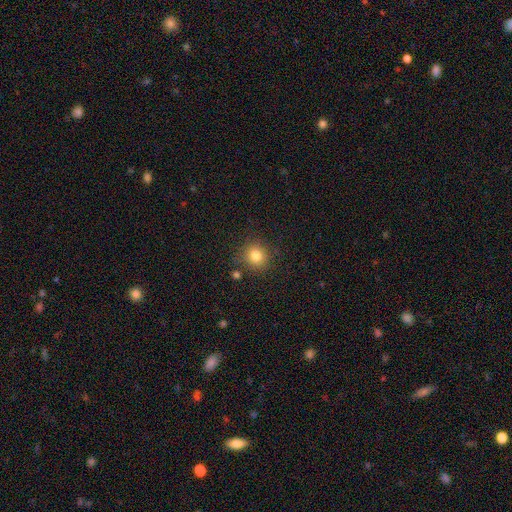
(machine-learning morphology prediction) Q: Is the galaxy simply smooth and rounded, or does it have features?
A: smooth — 81%.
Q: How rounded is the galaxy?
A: round — 88%.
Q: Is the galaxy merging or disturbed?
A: none — 83%.